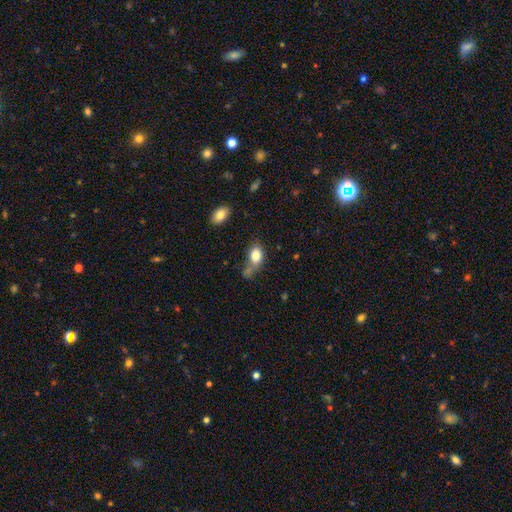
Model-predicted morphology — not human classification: Smooth or featured: smooth — 81% (featured or disk — 10%)
How rounded: in between — 81% (round — 17%)
Merging: none — 43% (minor disturbance — 24%)